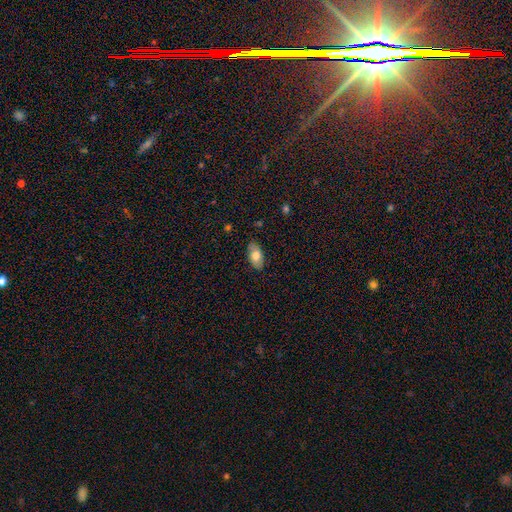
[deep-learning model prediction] Smooth or featured?
  - smooth: 74% *
  - featured or disk: 19%
  - star or artifact: 7%
How rounded?
  - in between: 92% *
  - cigar-shaped: 4%
  - round: 4%
Merging?
  - none: 85% *
  - minor disturbance: 12%
  - major disturbance: 2%
  - merger: 1%